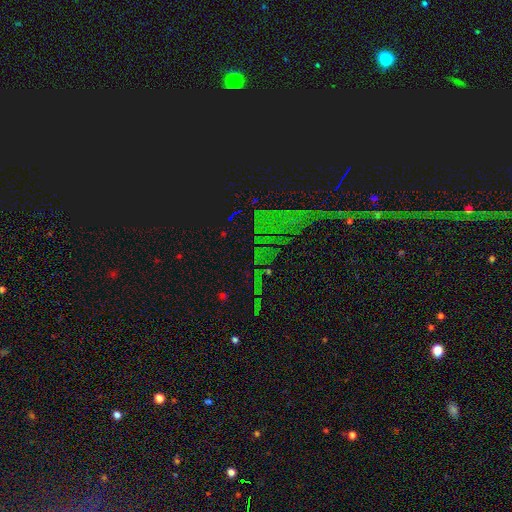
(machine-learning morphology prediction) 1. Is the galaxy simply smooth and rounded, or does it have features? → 81% star or artifact, 10% smooth, 9% featured or disk.